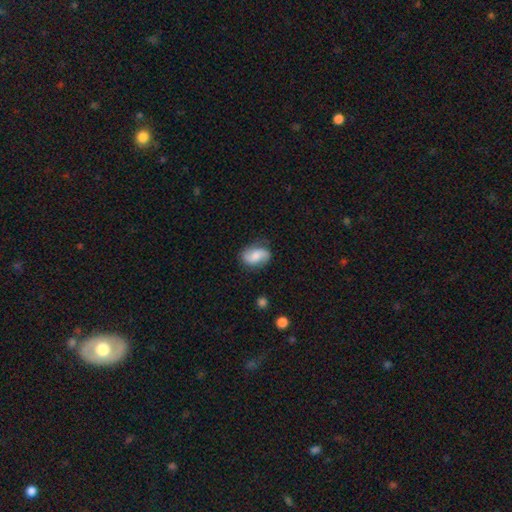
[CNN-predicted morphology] Overall: smooth (50%; featured or disk 42%). Merging: none (74%).